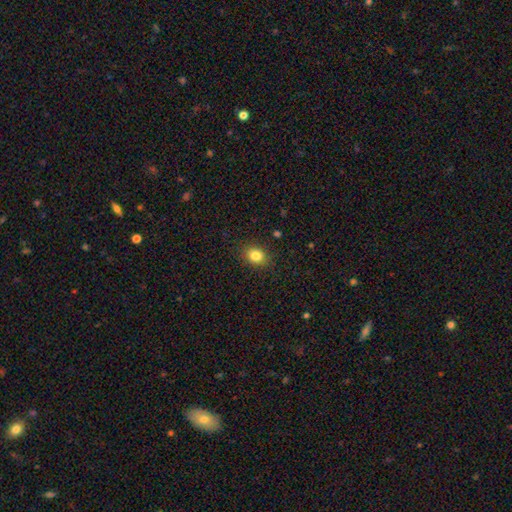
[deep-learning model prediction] This is clearly a smooth galaxy (84%). How rounded: possibly in between (51%). Merging: clearly none (88%).